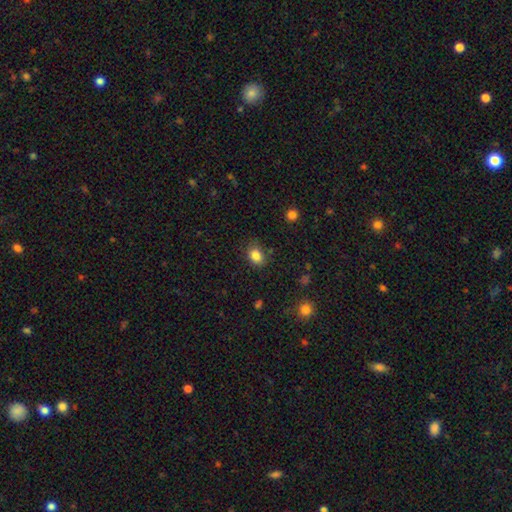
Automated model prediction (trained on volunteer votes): This appears to be a smooth galaxy with no disk features (84%) that is in between round and cigar-shaped (61%). Merging: none (76%).